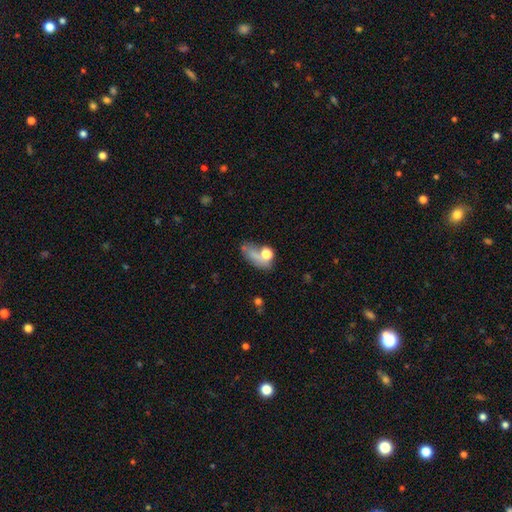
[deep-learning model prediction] This is likely a smooth galaxy (62%). How rounded: likely in between (71%). Merging: marginally none (35%).